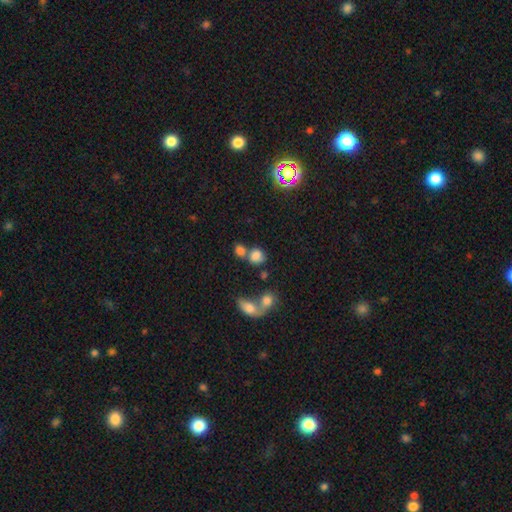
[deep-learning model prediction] Q: Smooth or featured?
A: smooth (79%); runner-up: star or artifact (12%)
Q: How rounded?
A: round (64%); runner-up: in between (34%)
Q: Merging?
A: merger (43%); runner-up: none (41%)